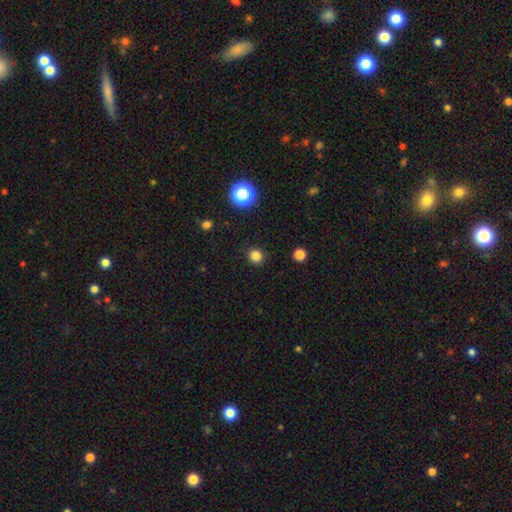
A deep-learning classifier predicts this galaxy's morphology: Smooth or featured?
  - smooth: 83% *
  - star or artifact: 14%
  - featured or disk: 3%
How rounded?
  - round: 88% *
  - in between: 11%
  - cigar-shaped: 1%
Merging?
  - none: 91% *
  - minor disturbance: 6%
  - major disturbance: 2%
  - merger: 1%